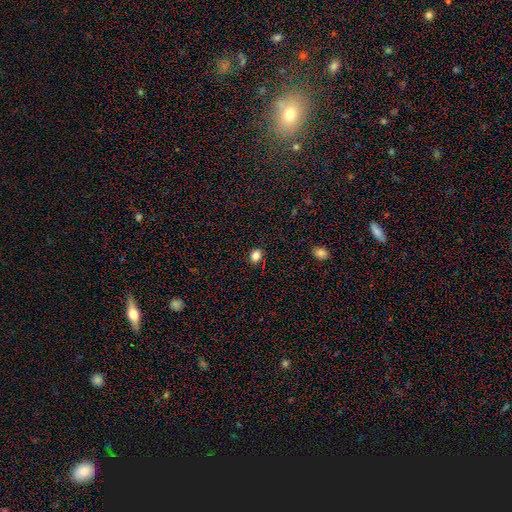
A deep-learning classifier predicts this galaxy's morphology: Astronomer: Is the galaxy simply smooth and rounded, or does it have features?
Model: smooth — 83%.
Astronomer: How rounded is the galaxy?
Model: round — 61% (runner-up: in between, 38%).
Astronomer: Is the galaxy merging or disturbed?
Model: none — 88%.